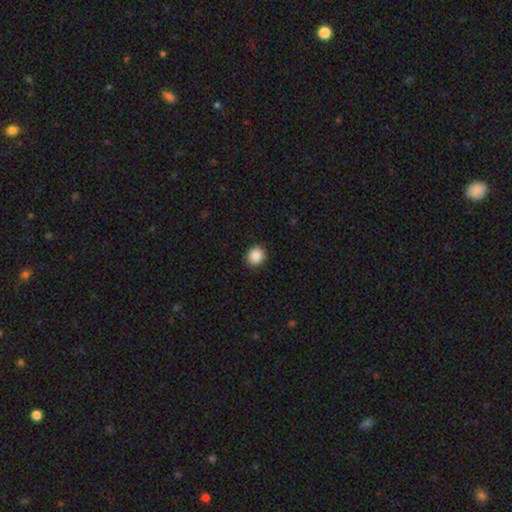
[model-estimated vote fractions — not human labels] This appears to be a smooth galaxy with no disk features (88%) that is round (78%). Merging: none (90%).